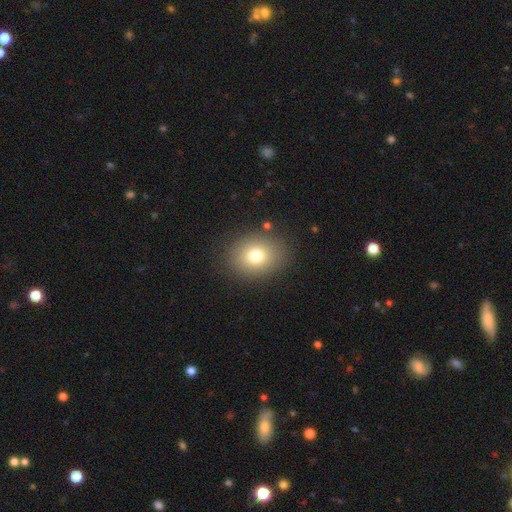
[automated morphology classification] The model was most divided on "how rounded": round: 52%, in between: 47%, cigar-shaped: 1%. More confident: merging — none (86%); smooth or featured — smooth (77%).